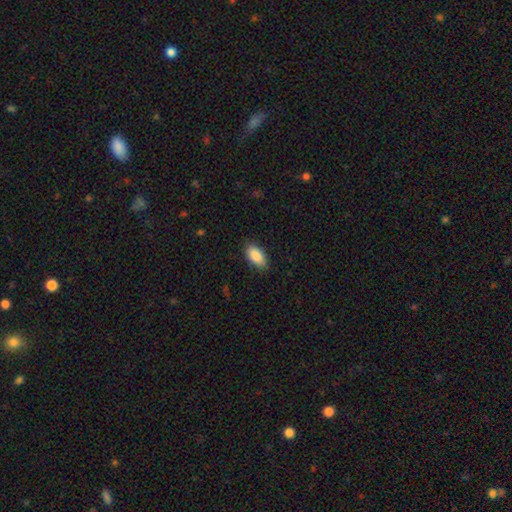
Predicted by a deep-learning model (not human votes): This is clearly a smooth galaxy (88%). How rounded: clearly in between (92%). Merging: clearly none (86%).